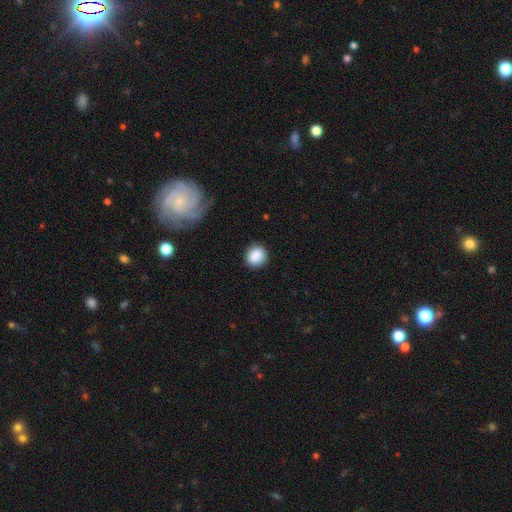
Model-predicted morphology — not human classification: Q: Smooth or featured?
A: smooth (88%); runner-up: star or artifact (8%)
Q: How rounded?
A: round (78%); runner-up: in between (20%)
Q: Merging?
A: none (87%); runner-up: minor disturbance (9%)